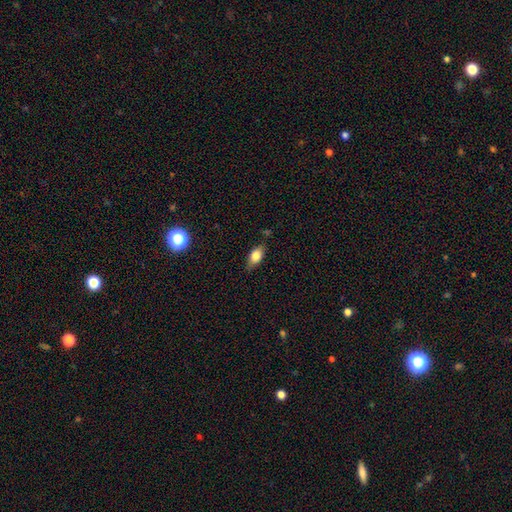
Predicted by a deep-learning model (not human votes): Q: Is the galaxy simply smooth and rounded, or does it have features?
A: smooth — 76%.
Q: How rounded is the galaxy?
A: in between — 84%.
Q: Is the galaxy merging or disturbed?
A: none — 76%.